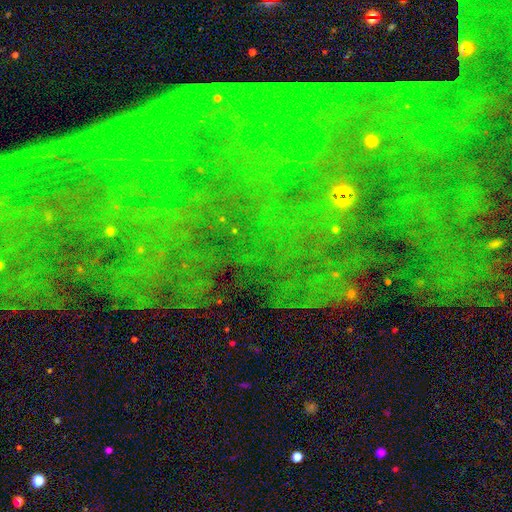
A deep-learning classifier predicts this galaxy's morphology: Smooth or featured? Predicted: star or artifact (p=0.83).